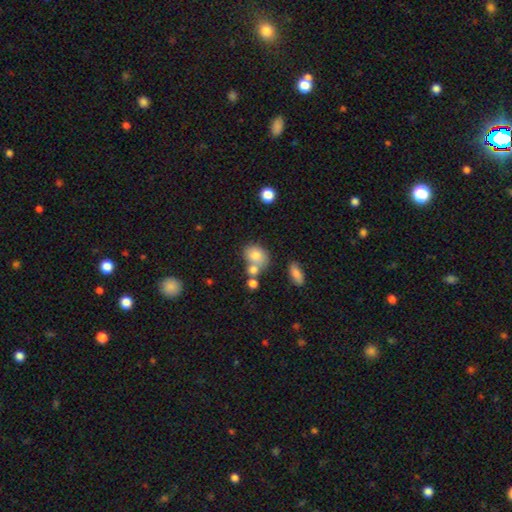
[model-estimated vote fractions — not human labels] The model was most divided on "how rounded": in between: 51%, round: 48%, cigar-shaped: 1%. Remaining: smooth or featured — smooth (77%); merging — none (46%).